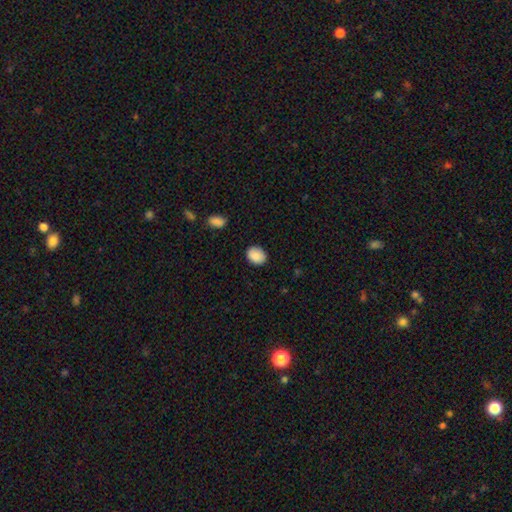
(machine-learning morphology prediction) Smooth or featured: smooth — 89% (star or artifact — 8%)
How rounded: in between — 54% (round — 45%)
Merging: none — 86% (minor disturbance — 10%)